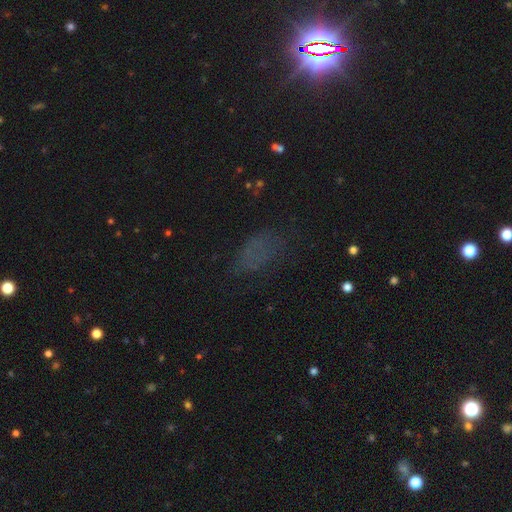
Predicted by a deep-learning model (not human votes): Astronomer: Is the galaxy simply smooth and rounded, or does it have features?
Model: smooth — 50% (runner-up: star or artifact, 34%).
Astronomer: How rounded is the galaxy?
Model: in between — 85%.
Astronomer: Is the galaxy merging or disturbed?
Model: none — 59%.